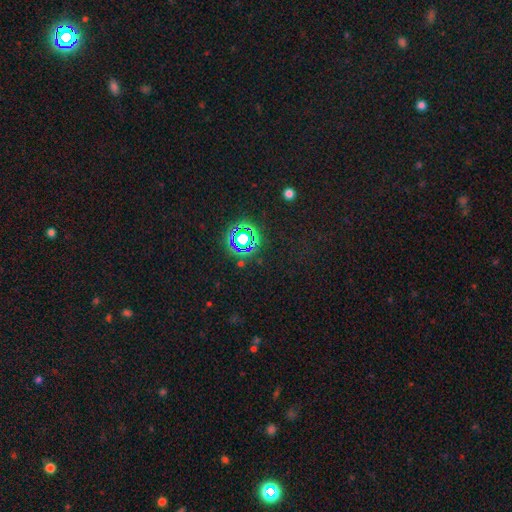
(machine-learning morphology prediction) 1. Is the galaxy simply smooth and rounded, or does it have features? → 73% star or artifact, 21% smooth, 6% featured or disk.